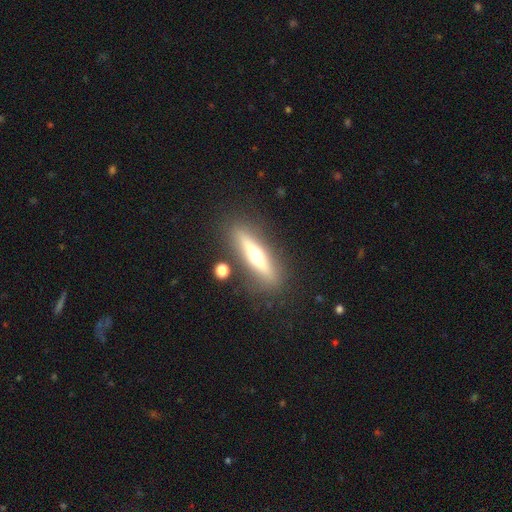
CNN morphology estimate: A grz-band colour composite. It shows a featured or disk galaxy (56%) viewed edge-on (89%) with a rounded central bulge (91%). Merging: none (85%).